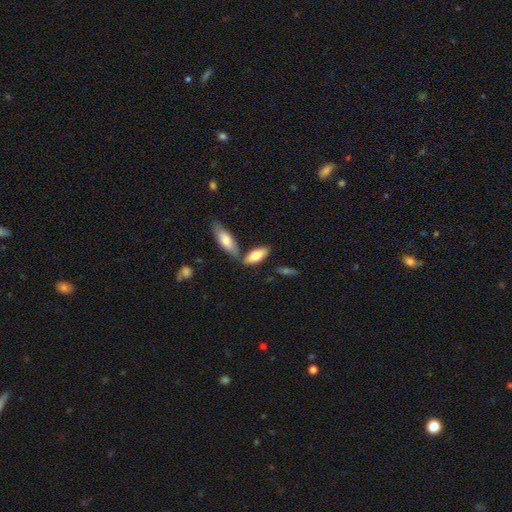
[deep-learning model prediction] smooth-or-featured: smooth: 74% | featured or disk: 20% | star or artifact: 6%
  how-rounded: in between: 76% | cigar-shaped: 22% | round: 2%
  merging: none: 65% | merger: 19% | minor disturbance: 12% | major disturbance: 3%